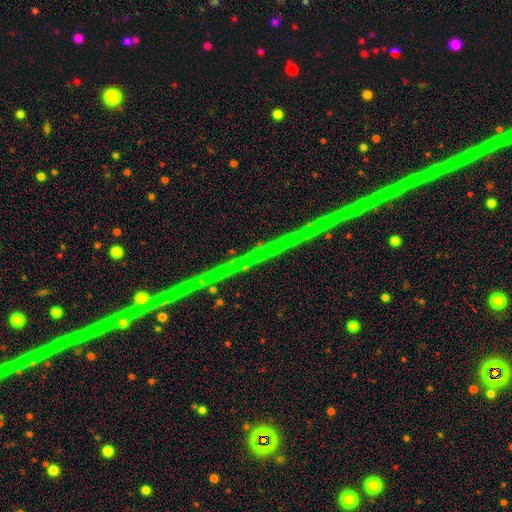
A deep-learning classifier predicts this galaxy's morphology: star or artifact 77%, featured or disk 14%, smooth 9%.